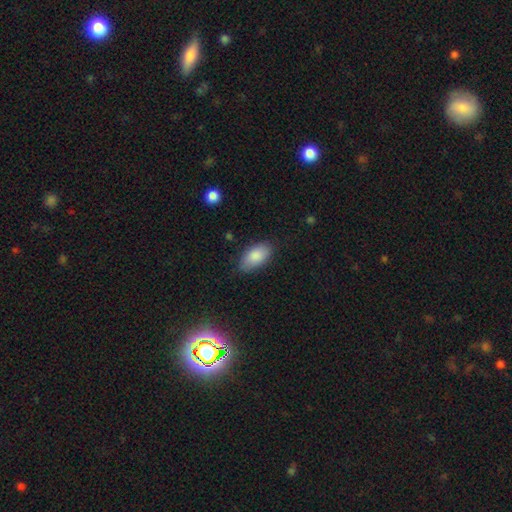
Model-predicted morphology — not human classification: A smooth galaxy with no disk features (86%) that is in between round and cigar-shaped (93%). Merging: none (79%).